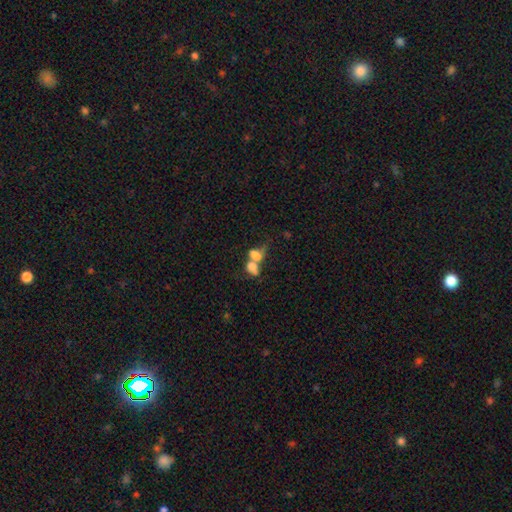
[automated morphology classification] Smooth or featured? smooth (65%)
How rounded? in between (71%)
Merging? merger (70%)